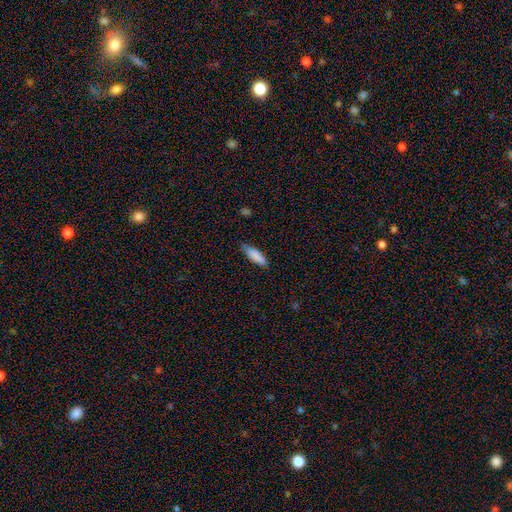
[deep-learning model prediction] Smooth or featured? Predicted: smooth (p=0.86). How rounded? Predicted: cigar-shaped (p=0.55). Merging? Predicted: none (p=0.78).